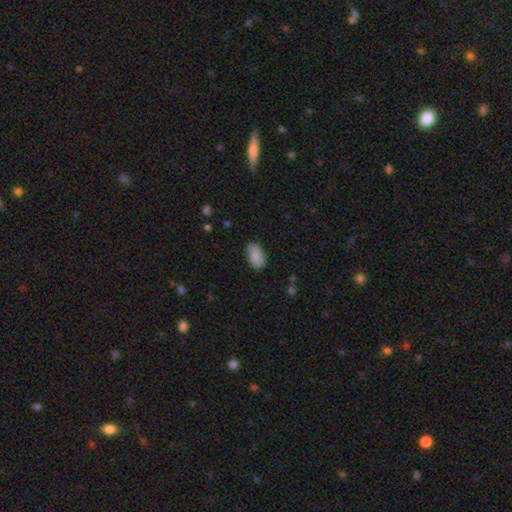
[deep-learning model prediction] Smooth or featured? Predicted: smooth (p=0.84). How rounded? Predicted: in between (p=0.91). Merging? Predicted: none (p=0.78).